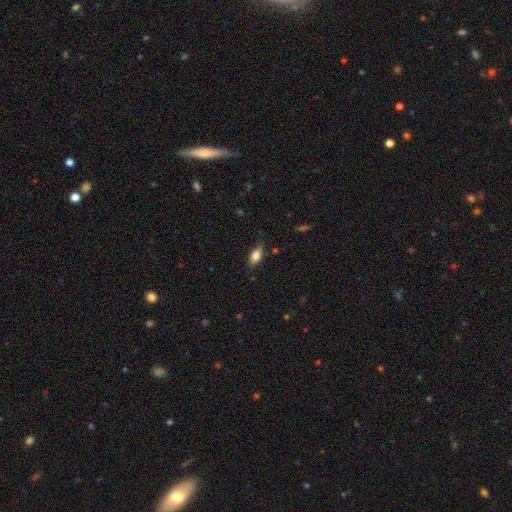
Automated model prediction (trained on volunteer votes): This appears to be a smooth galaxy with no disk features (79%) that is in between round and cigar-shaped (85%). Merging: none (78%).